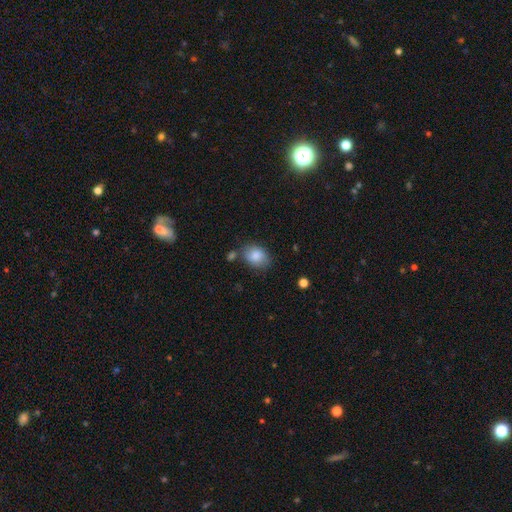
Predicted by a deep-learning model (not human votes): Overall: smooth (85%). How rounded: in between (67%; round 32%). Merging: none (70%).